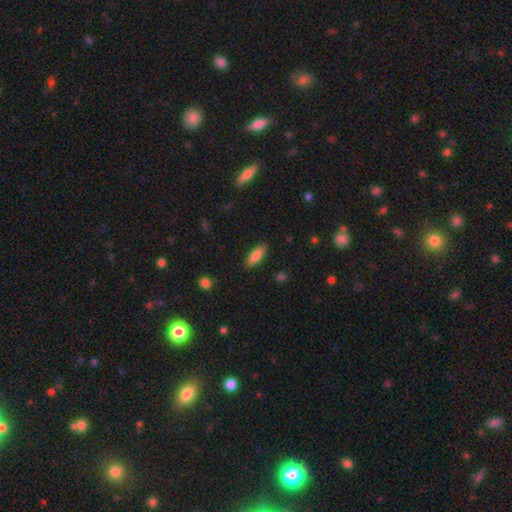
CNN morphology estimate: Smooth or featured? smooth (83%)
How rounded? in between (73%)
Merging? none (87%)